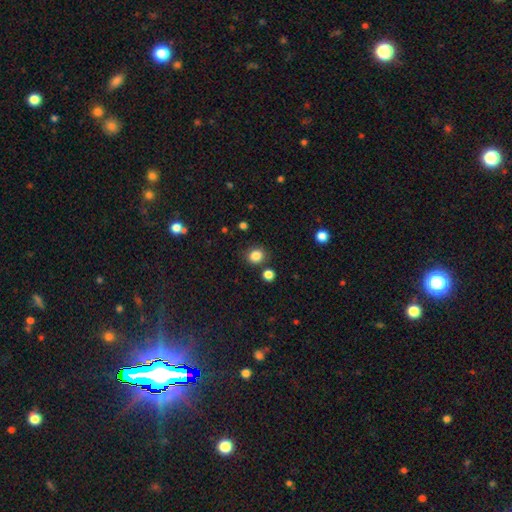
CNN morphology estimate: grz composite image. It shows a smooth galaxy with no disk features (84%) that is round (81%). Merging: none (82%).